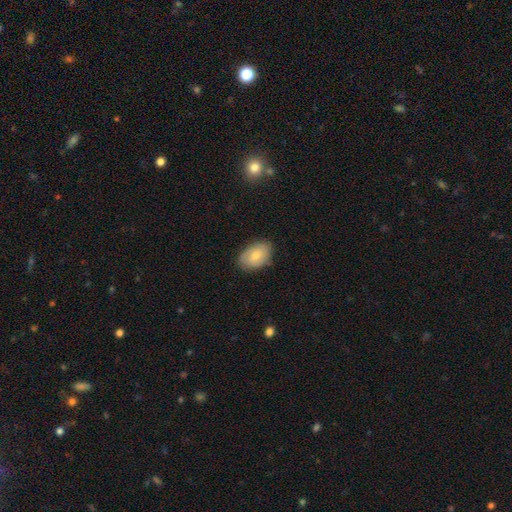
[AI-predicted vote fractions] Smooth or featured? Predicted: smooth (p=0.72). How rounded? Predicted: in between (p=0.87). Merging? Predicted: none (p=0.80).